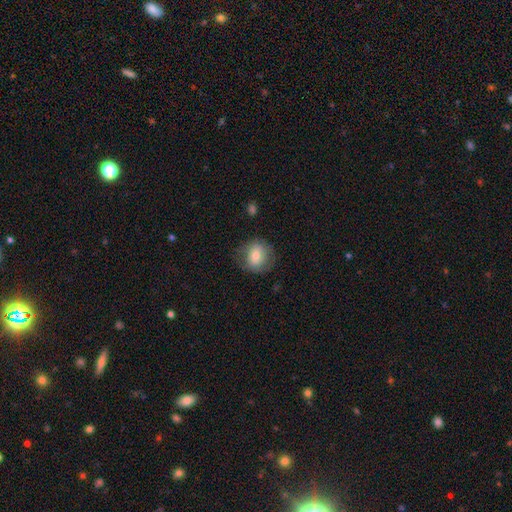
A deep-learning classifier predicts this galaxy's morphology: A smooth galaxy with no disk features (70%) that is round (73%).

Vote fractions:
- Smooth or featured? smooth: 70% / featured or disk: 22% / star or artifact: 8%
- How rounded? round: 73% / in between: 26% / cigar-shaped: 1%
- Merging? none: 72% / minor disturbance: 18% / major disturbance: 8% / merger: 1%